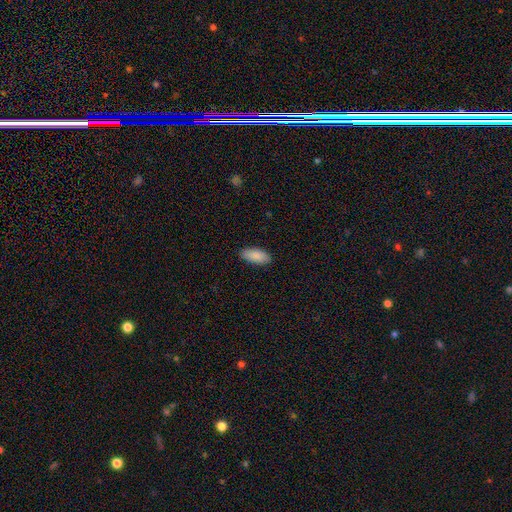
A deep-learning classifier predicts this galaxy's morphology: Smooth or featured? smooth (89%)
How rounded? in between (88%)
Merging? none (88%)